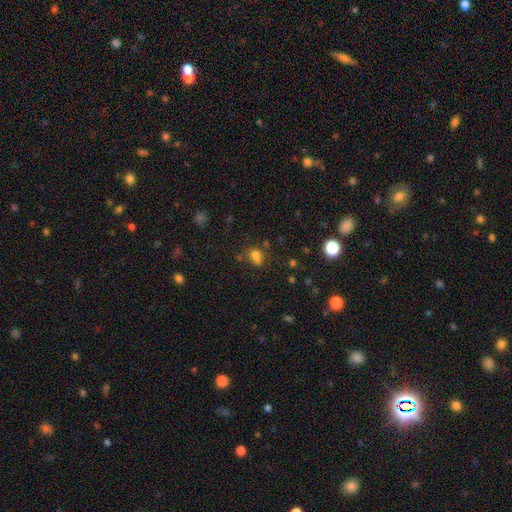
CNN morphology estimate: This appears to be a smooth galaxy with no disk features (72%) that is round (65%). Merging: none (52%).